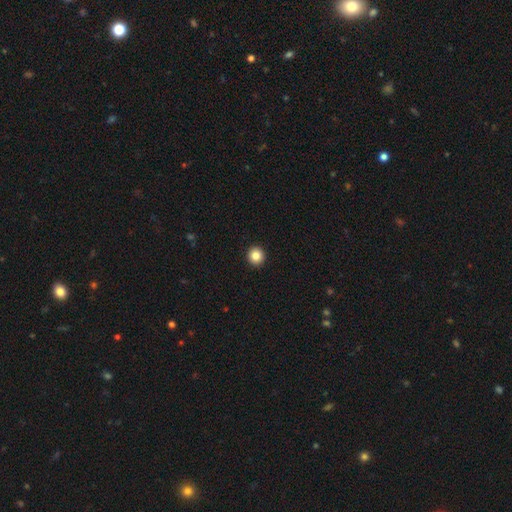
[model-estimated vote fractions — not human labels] A smooth galaxy with no disk features (86%) that is round (93%). Merging: none (94%).